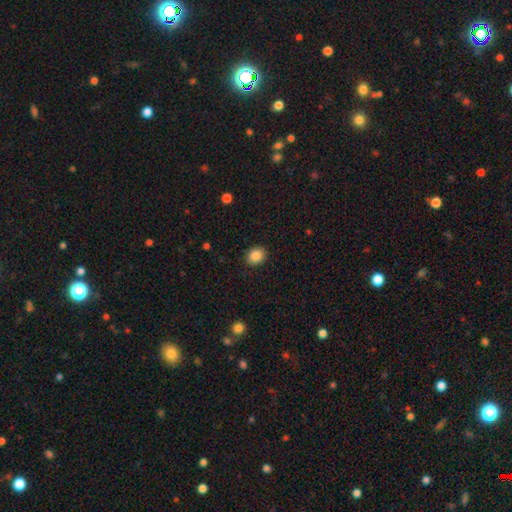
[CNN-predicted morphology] A smooth galaxy with no disk features (88%) that is round (52%).

Vote fractions:
- Smooth or featured? smooth: 88% / star or artifact: 9% / featured or disk: 4%
- How rounded? round: 52% / in between: 47% / cigar-shaped: 1%
- Merging? none: 87% / minor disturbance: 9% / major disturbance: 2% / merger: 1%